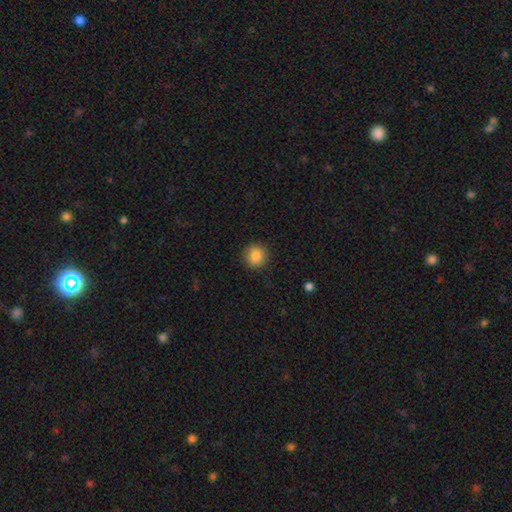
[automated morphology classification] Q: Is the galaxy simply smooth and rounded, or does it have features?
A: smooth — 86%.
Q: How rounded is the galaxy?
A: round — 92%.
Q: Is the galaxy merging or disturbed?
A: none — 90%.